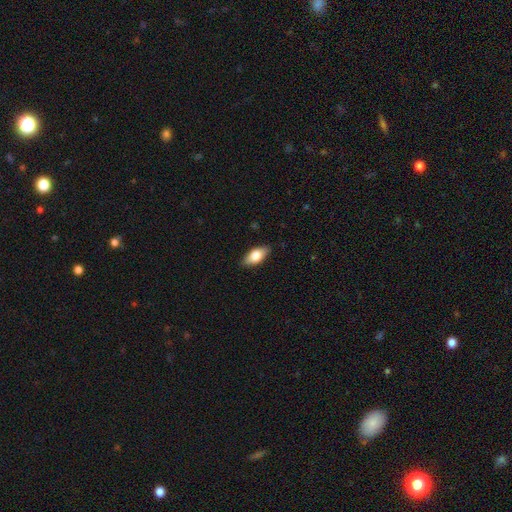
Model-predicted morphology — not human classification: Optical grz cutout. It shows a smooth galaxy with no disk features (74%) that is in between round and cigar-shaped (87%). Merging: none (85%).